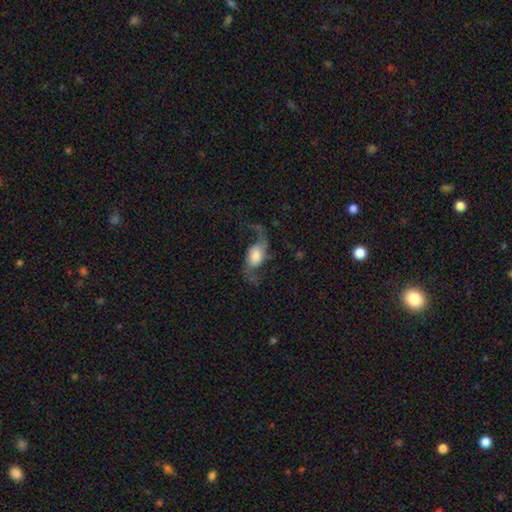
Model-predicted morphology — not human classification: This appears to be a featured or disk galaxy (77%) with no bar (59%), 2 (93%) loose (86%) spiral arms (95%) and a large central bulge (39%). Merging: none (62%).